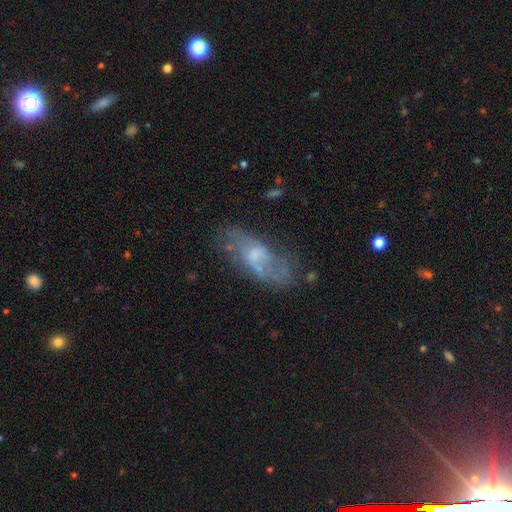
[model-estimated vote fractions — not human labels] smooth-or-featured: featured or disk: 62% | smooth: 29% | star or artifact: 9%
  disk-edge-on: no: 87% | yes: 13%
    bar: no: 53% | weak: 40% | strong: 7%
    has-spiral-arms: yes: 64% | no: 36%
    bulge-size: small: 39% | moderate: 38% | none: 17% | large: 5% | dominant: 1%
  merging: none: 57% | minor disturbance: 23% | major disturbance: 16% | merger: 4%